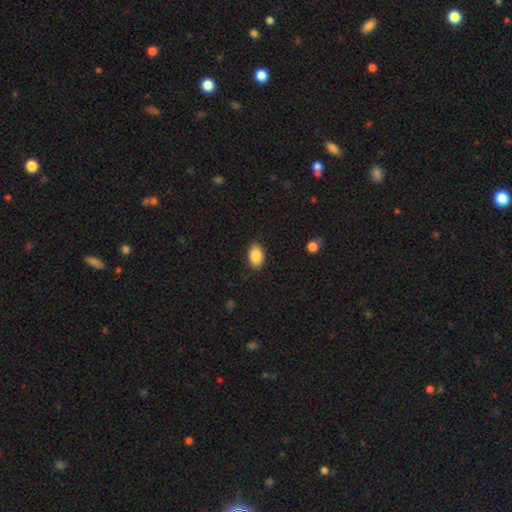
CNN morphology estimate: Overall: smooth (87%). How rounded: in between (90%). Merging: none (88%).